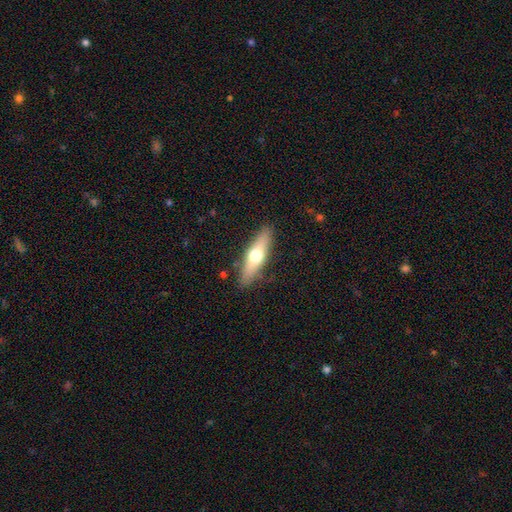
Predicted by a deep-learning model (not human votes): Q: Smooth or featured?
A: smooth (55%); runner-up: featured or disk (40%)
Q: How rounded?
A: cigar-shaped (62%); runner-up: in between (36%)
Q: Merging?
A: none (87%); runner-up: minor disturbance (10%)